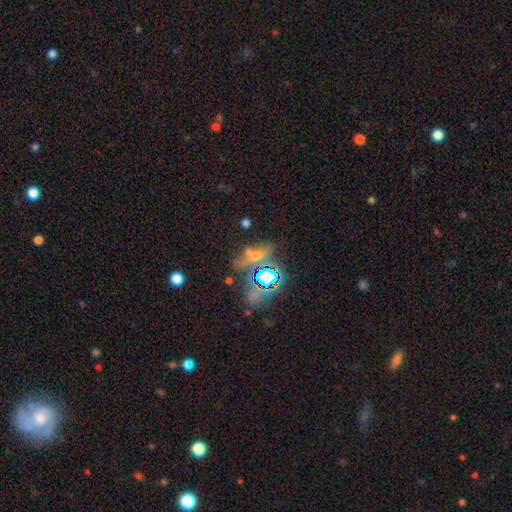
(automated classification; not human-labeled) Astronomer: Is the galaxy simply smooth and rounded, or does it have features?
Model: star or artifact — 51% (runner-up: smooth, 32%).